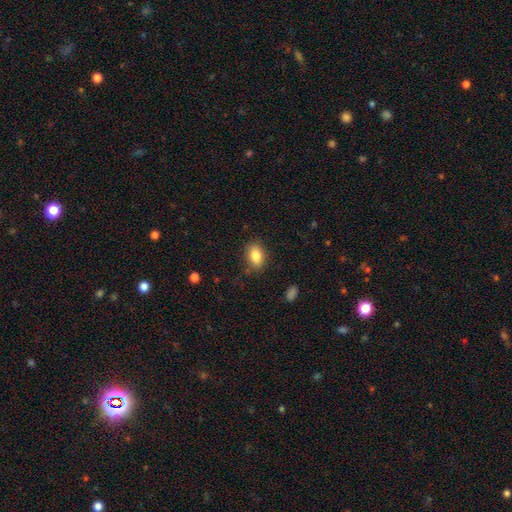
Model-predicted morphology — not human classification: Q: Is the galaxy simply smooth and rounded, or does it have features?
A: smooth — 85%.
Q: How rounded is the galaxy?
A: in between — 84%.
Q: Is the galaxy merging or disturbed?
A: none — 81%.